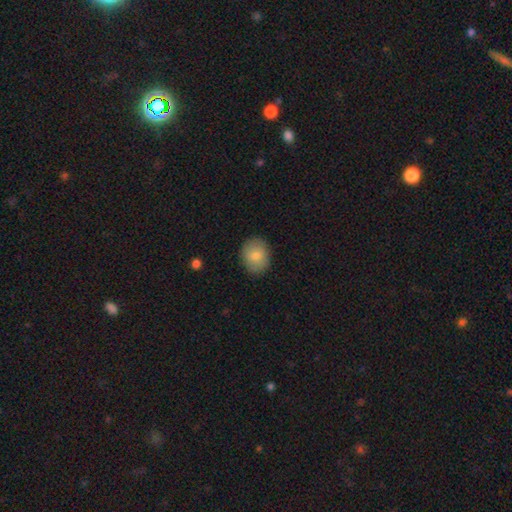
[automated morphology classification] Smooth or featured: smooth — 81% (featured or disk — 11%)
How rounded: round — 59% (in between — 41%)
Merging: none — 88% (minor disturbance — 9%)